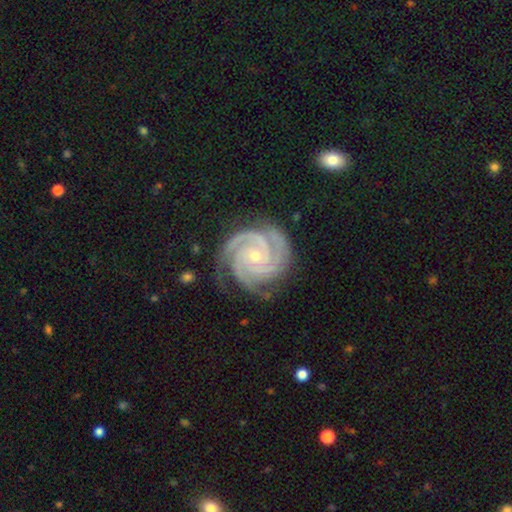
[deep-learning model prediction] Morphology: type=featured or disk (94%); edge-on=no (98%); bar=no (69%); spiral arms=yes (99%); winding=tight (83%); arm count=3 (56%); bulge=small (64%); merging=none (80%).